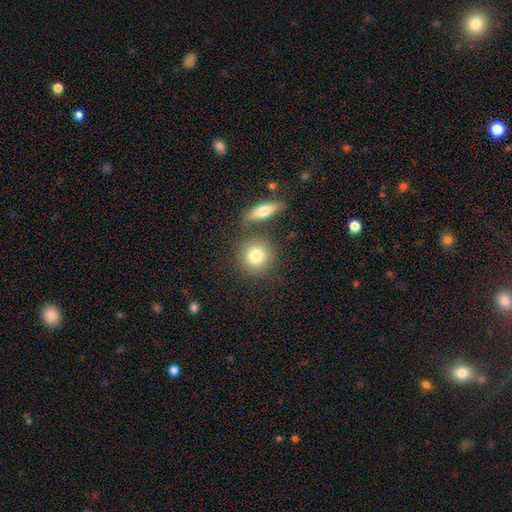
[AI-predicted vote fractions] smooth 80%, featured or disk 12%, star or artifact 8%. Down the decision tree: how rounded — round (87%); merging — none (72%).